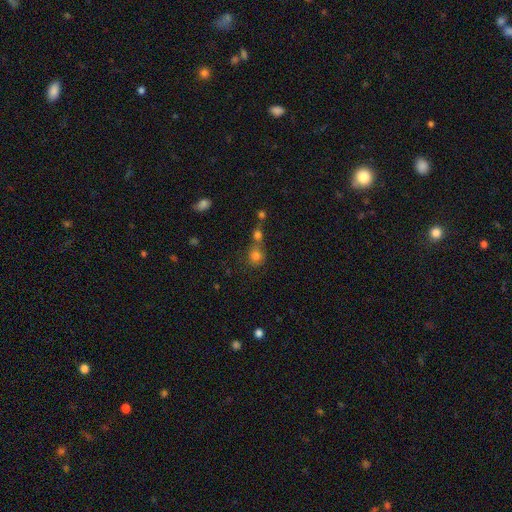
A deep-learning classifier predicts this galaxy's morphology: Smooth or featured? smooth (75%)
How rounded? round (82%)
Merging? none (47%)